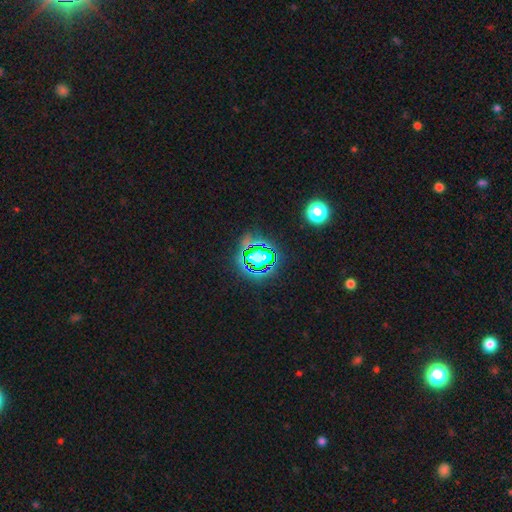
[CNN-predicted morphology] The model was most divided on "smooth or featured": star or artifact: 61%, smooth: 23%, featured or disk: 15%.